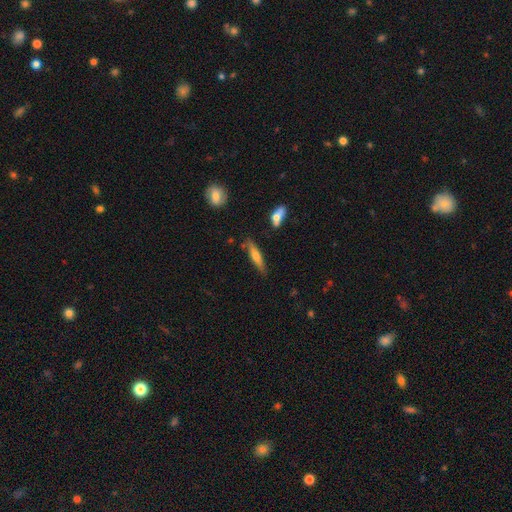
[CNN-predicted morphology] The model was most divided on "smooth or featured": smooth: 53%, featured or disk: 40%, star or artifact: 7%. More confident: how rounded — cigar-shaped (79%); merging — none (75%).